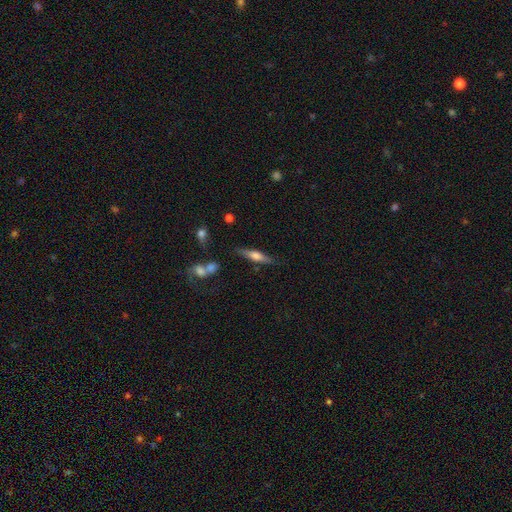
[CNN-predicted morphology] type=featured or disk (48%); merging=none (81%).